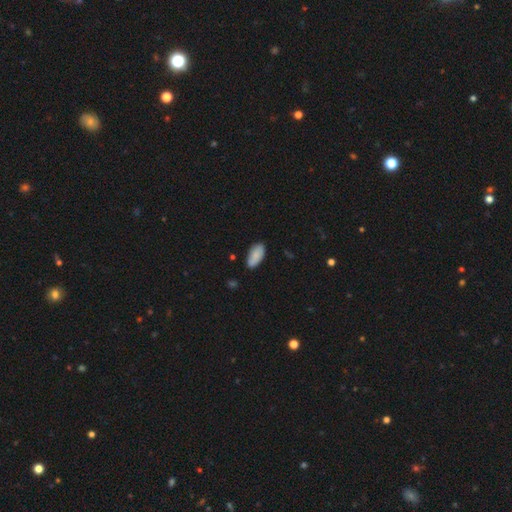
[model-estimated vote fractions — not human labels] smooth_or_featured: smooth (p=0.83) [alt: featured or disk p=0.11]
how_rounded: in between (p=0.93) [alt: cigar-shaped p=0.05]
merging: none (p=0.81) [alt: minor disturbance p=0.15]